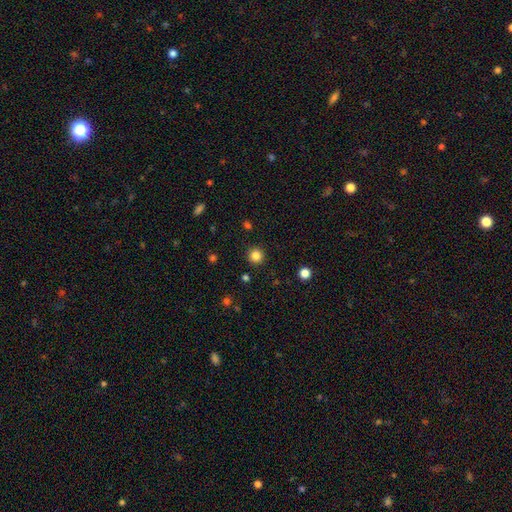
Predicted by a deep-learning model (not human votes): Morphology: type=smooth (83%); roundness=round (95%); merging=none (92%).